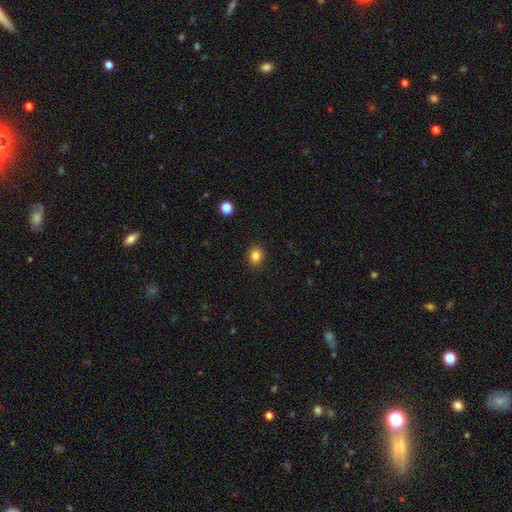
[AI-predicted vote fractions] Q: Smooth or featured?
A: smooth (85%); runner-up: star or artifact (10%)
Q: How rounded?
A: round (55%); runner-up: in between (44%)
Q: Merging?
A: none (90%); runner-up: minor disturbance (7%)